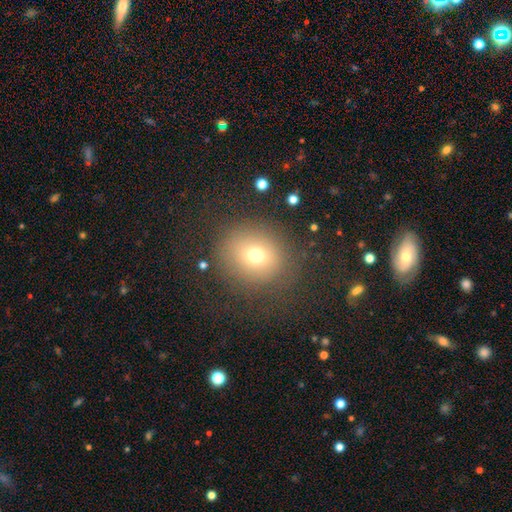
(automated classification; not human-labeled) Q: Smooth or featured?
A: smooth (70%); runner-up: star or artifact (16%)
Q: How rounded?
A: round (81%); runner-up: in between (18%)
Q: Merging?
A: none (77%); runner-up: minor disturbance (12%)